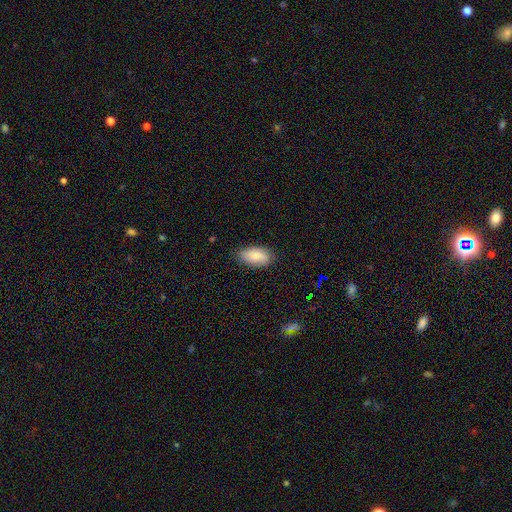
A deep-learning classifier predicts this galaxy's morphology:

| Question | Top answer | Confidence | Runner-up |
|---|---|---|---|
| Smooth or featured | smooth | 84% | featured or disk (9%) |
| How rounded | in between | 93% | cigar-shaped (4%) |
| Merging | none | 80% | minor disturbance (17%) |